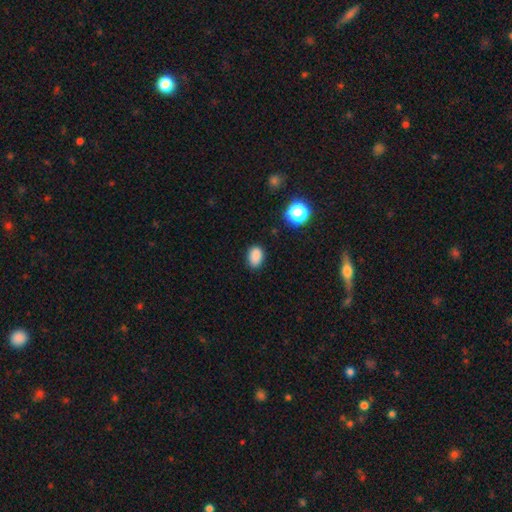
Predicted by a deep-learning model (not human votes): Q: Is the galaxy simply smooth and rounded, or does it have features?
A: smooth — 86%.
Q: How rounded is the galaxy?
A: in between — 80%.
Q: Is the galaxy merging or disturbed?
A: none — 83%.